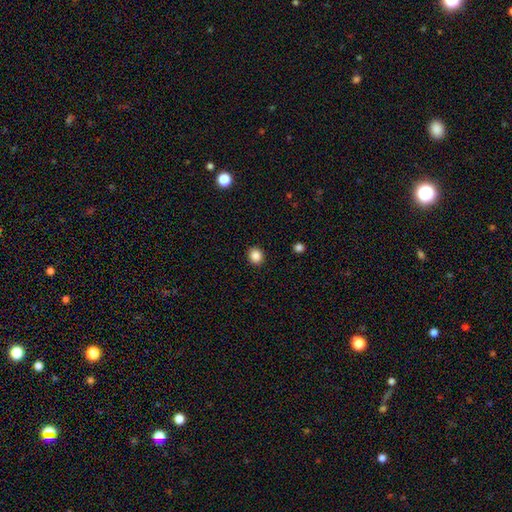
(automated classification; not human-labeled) Smooth or featured? smooth (87%)
How rounded? round (79%)
Merging? none (92%)